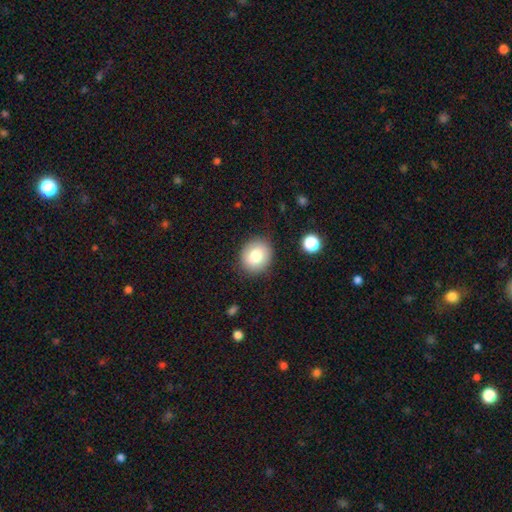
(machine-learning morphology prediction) smooth-or-featured: smooth: 80% | featured or disk: 11% | star or artifact: 9%
  how-rounded: round: 66% | in between: 33% | cigar-shaped: 1%
  merging: none: 85% | minor disturbance: 10% | major disturbance: 3% | merger: 2%